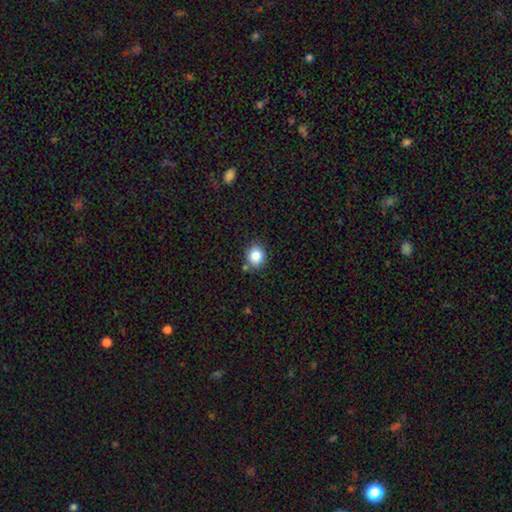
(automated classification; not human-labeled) smooth-or-featured: smooth: 85% | star or artifact: 10% | featured or disk: 5%
  how-rounded: round: 70% | in between: 29% | cigar-shaped: 1%
  merging: none: 80% | minor disturbance: 12% | merger: 6% | major disturbance: 3%